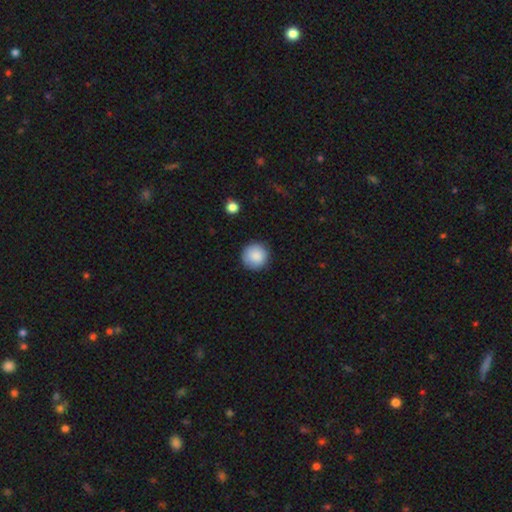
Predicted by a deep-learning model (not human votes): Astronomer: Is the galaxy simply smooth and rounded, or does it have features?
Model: smooth — 88%.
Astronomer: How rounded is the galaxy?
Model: round — 96%.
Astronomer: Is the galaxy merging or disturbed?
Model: none — 91%.